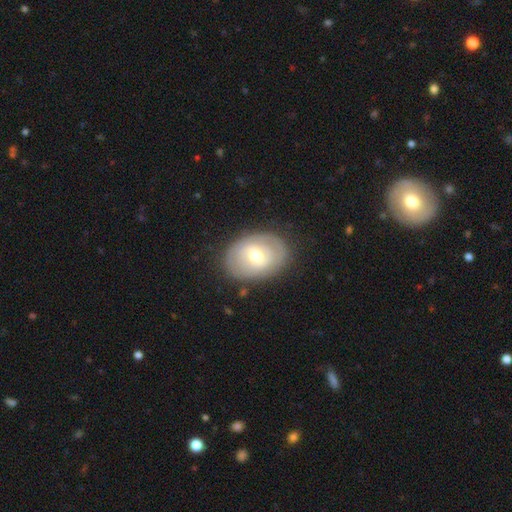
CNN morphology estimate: The model was most divided on "smooth or featured": featured or disk: 47%, smooth: 46%, star or artifact: 7%. More confident: merging — none (81%).